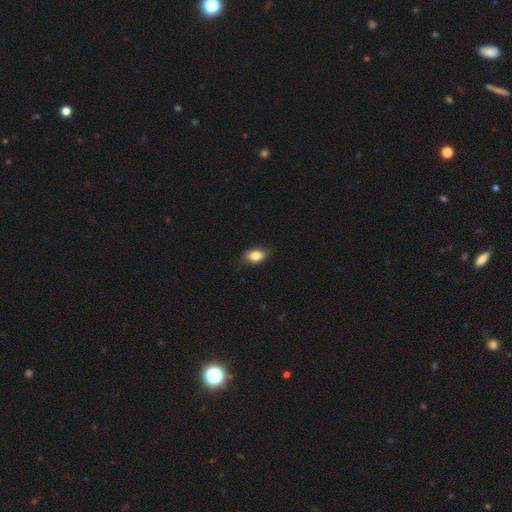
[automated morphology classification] Smooth or featured? smooth (80%)
How rounded? in between (81%)
Merging? none (71%)